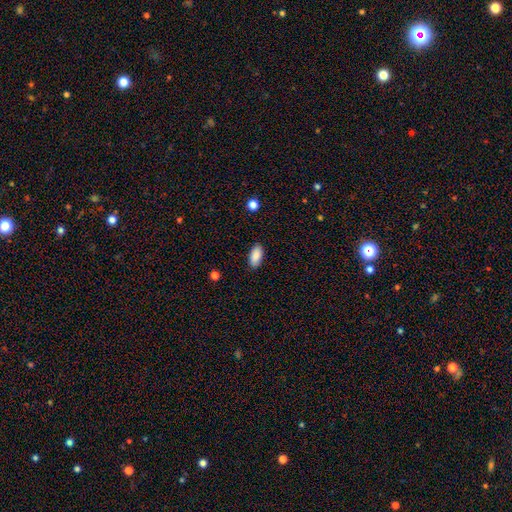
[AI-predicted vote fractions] Smooth or featured?
  - smooth: 89% *
  - star or artifact: 7%
  - featured or disk: 5%
How rounded?
  - in between: 92% *
  - cigar-shaped: 6%
  - round: 2%
Merging?
  - none: 87% *
  - minor disturbance: 10%
  - major disturbance: 2%
  - merger: 1%